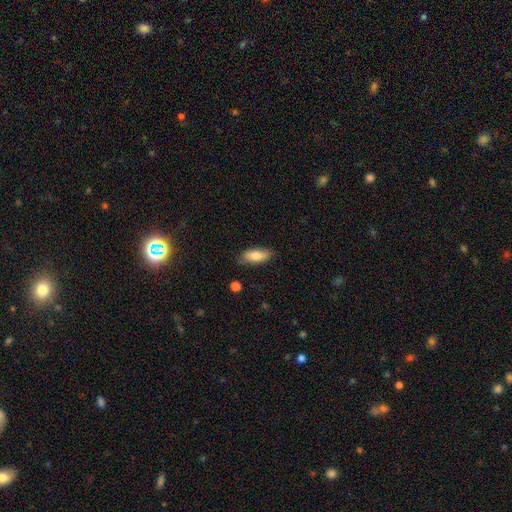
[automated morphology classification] smooth_or_featured: smooth (p=0.79) [alt: featured or disk p=0.15]
how_rounded: in between (p=0.77) [alt: cigar-shaped p=0.20]
merging: none (p=0.79) [alt: minor disturbance p=0.17]